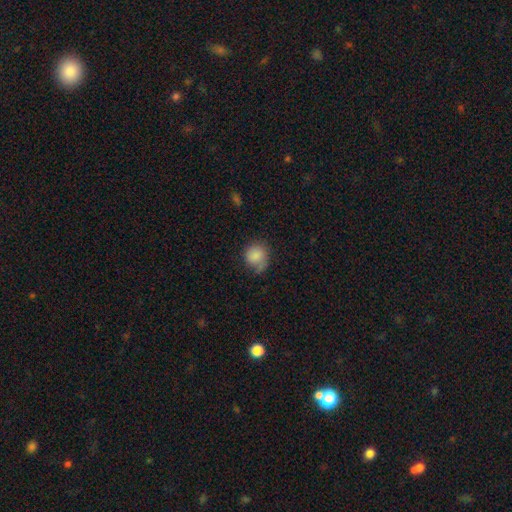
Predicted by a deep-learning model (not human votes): A smooth galaxy with no disk features (84%) that is round (79%). Merging: none (55%).